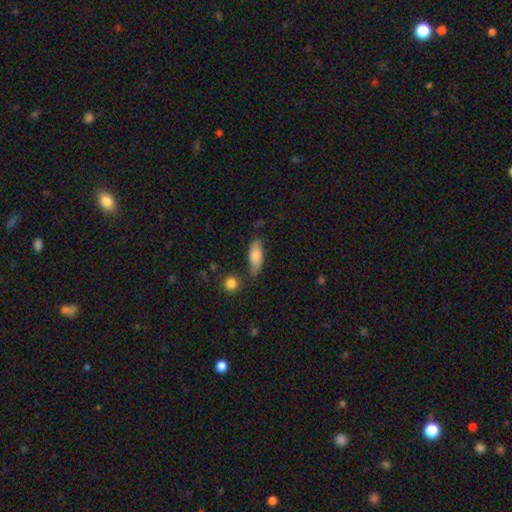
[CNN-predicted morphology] Overall: smooth (75%). How rounded: in between (75%). Merging: none (62%; minor disturbance 26%).